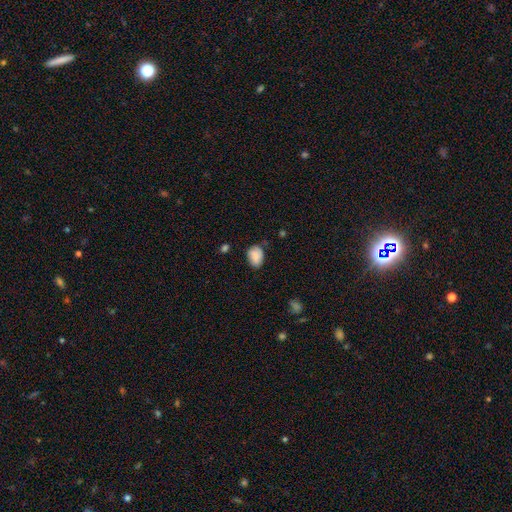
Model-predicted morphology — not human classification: Smooth or featured: smooth — 83% (featured or disk — 9%)
How rounded: in between — 77% (round — 22%)
Merging: none — 57% (minor disturbance — 33%)